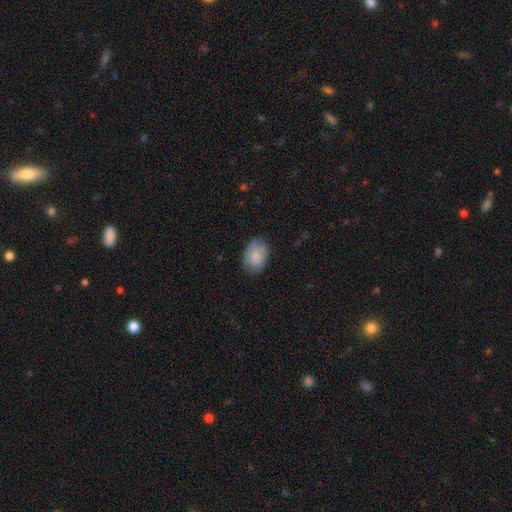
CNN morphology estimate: smooth_or_featured: smooth (p=0.85) [alt: featured or disk p=0.08]
how_rounded: in between (p=0.68) [alt: round p=0.31]
merging: none (p=0.75) [alt: minor disturbance p=0.20]